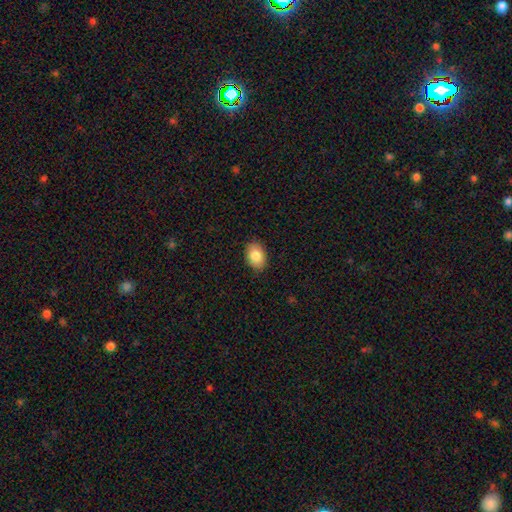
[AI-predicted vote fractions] smooth 84%, featured or disk 8%, star or artifact 7%. Down the decision tree: how rounded — in between (85%); merging — none (87%).